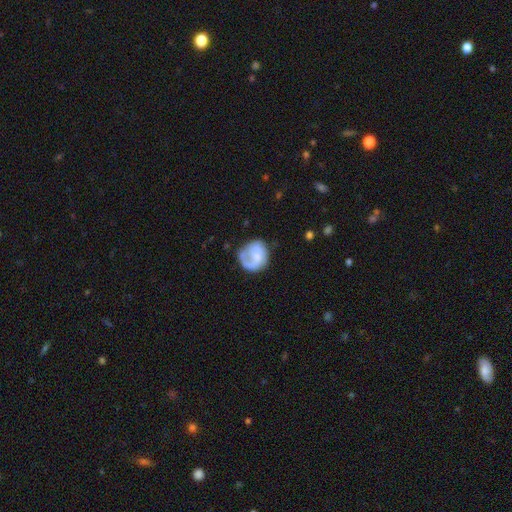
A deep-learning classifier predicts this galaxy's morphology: The model was most divided on "smooth or featured": featured or disk: 48%, smooth: 44%, star or artifact: 7%. More confident: merging — none (50%).